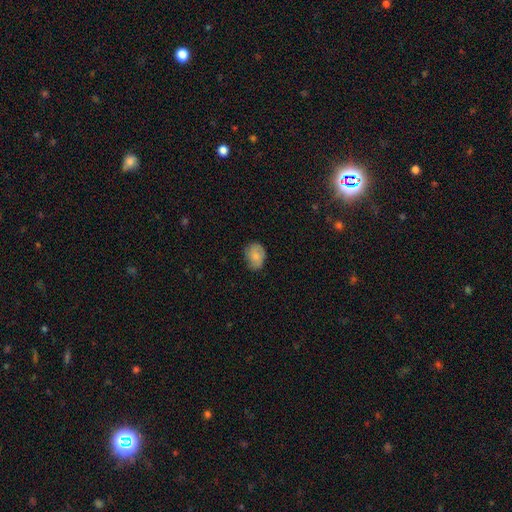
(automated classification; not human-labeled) Smooth or featured: smooth — 78% (featured or disk — 15%)
How rounded: in between — 60% (round — 39%)
Merging: none — 70% (minor disturbance — 24%)